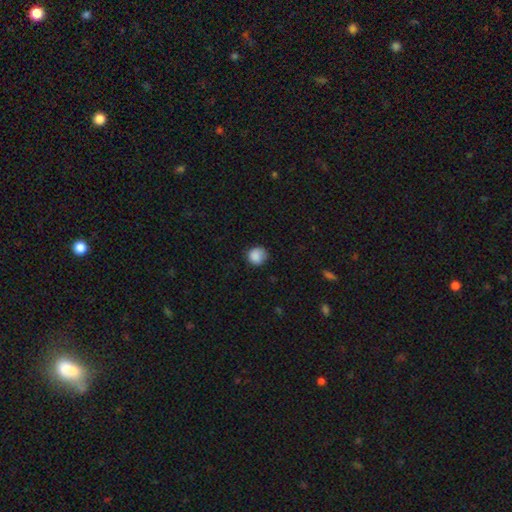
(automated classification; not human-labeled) A smooth galaxy with no disk features (87%) that is round (88%). Merging: none (79%).